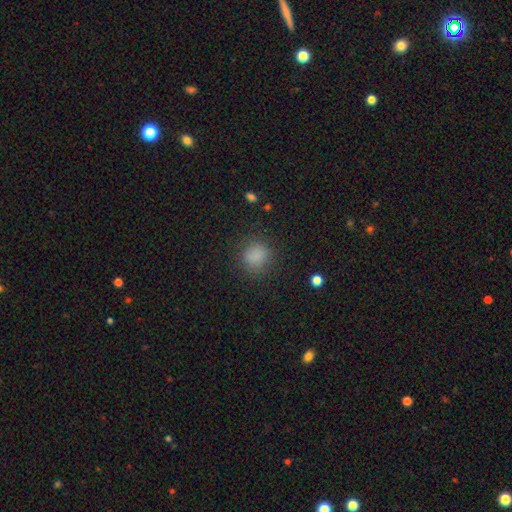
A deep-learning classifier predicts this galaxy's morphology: smooth_or_featured: smooth (p=0.83) [alt: star or artifact p=0.12]
how_rounded: round (p=0.80) [alt: in between p=0.19]
merging: none (p=0.82) [alt: minor disturbance p=0.12]